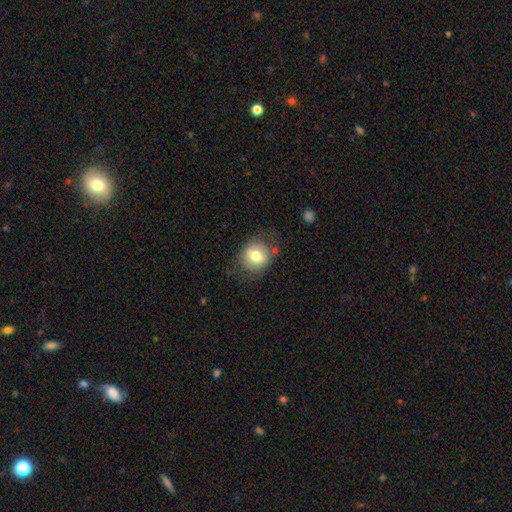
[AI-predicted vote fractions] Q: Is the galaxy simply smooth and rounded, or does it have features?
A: smooth — 70%.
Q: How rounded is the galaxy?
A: round — 77%.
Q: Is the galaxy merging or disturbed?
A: none — 71%.